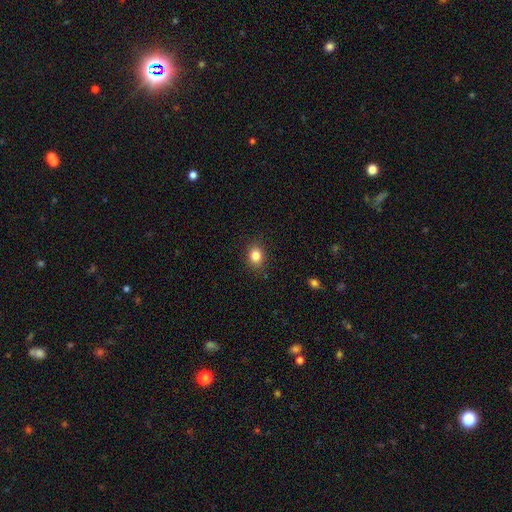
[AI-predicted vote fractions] This appears to be a smooth galaxy with no disk features (84%) that is round (57%). Merging: none (88%).